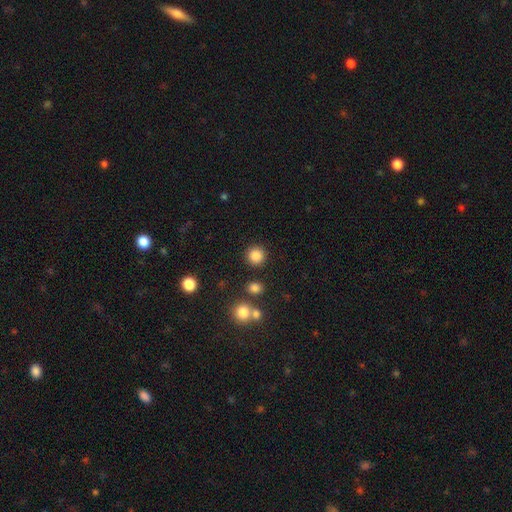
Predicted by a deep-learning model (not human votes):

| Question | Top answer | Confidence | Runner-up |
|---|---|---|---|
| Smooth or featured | smooth | 85% | star or artifact (11%) |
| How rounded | round | 93% | in between (6%) |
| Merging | none | 89% | minor disturbance (5%) |